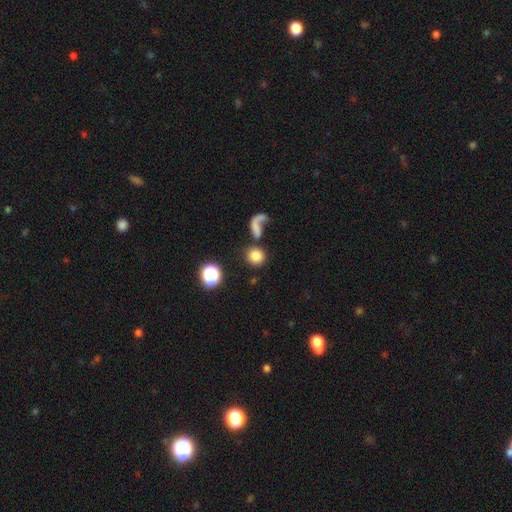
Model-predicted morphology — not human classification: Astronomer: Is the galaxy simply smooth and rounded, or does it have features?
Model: smooth — 77%.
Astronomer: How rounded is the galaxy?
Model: round — 91%.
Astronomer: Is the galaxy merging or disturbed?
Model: none — 64%.